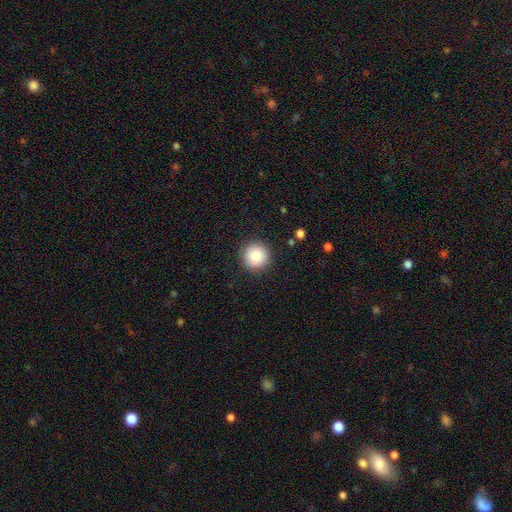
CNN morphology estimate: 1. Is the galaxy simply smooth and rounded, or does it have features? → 82% smooth, 9% star or artifact, 9% featured or disk.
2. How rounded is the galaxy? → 96% round, 3% in between, 1% cigar-shaped.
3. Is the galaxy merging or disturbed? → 91% none, 6% minor disturbance, 2% major disturbance, 1% merger.